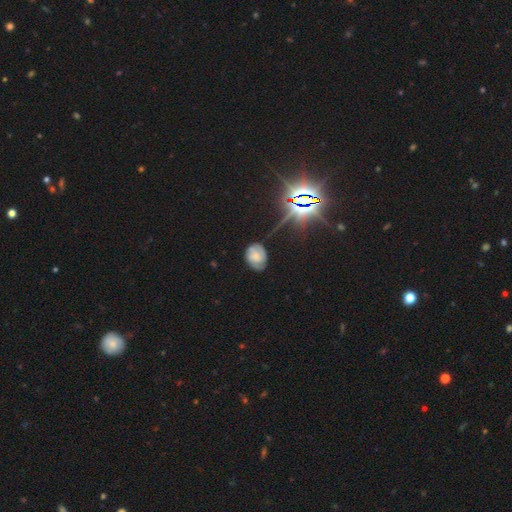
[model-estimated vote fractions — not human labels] A featured or disk galaxy (50%).

Vote fractions:
- Smooth or featured? featured or disk: 50% / smooth: 37% / star or artifact: 13%
- Edge-on disk? no: 95% / yes: 5%
- Merging? none: 66% / minor disturbance: 25% / major disturbance: 7% / merger: 2%